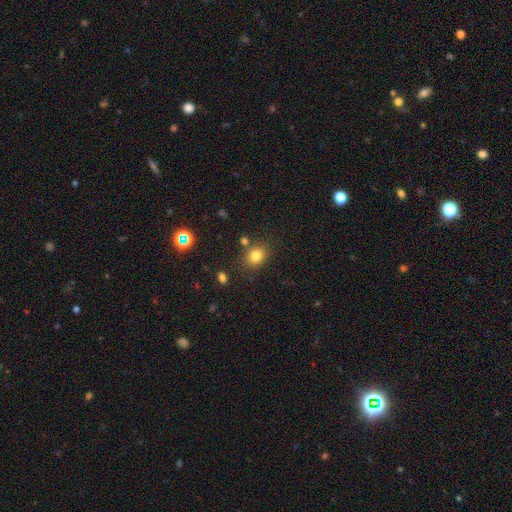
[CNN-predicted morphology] smooth-or-featured: smooth: 80% | star or artifact: 13% | featured or disk: 7%
  how-rounded: round: 57% | in between: 42% | cigar-shaped: 1%
  merging: none: 77% | minor disturbance: 12% | merger: 7% | major disturbance: 4%